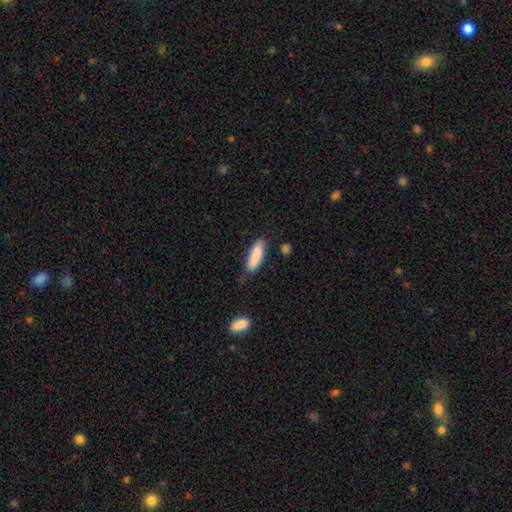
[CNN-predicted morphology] The model was most divided on "how rounded": cigar-shaped: 58%, in between: 40%, round: 2%. More confident: smooth or featured — smooth (86%); merging — none (66%).